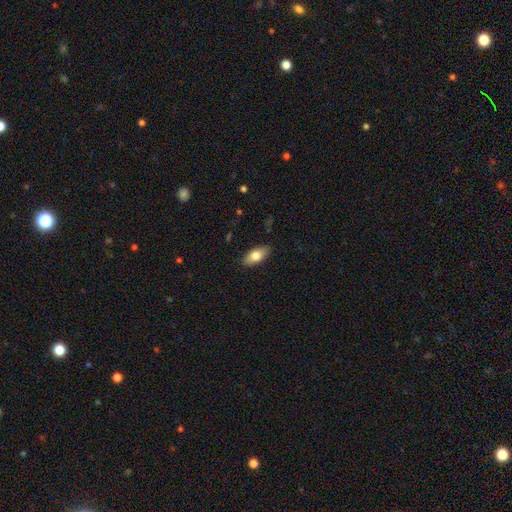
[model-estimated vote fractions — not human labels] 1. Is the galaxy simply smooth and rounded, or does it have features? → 75% smooth, 19% featured or disk, 6% star or artifact.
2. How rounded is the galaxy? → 86% in between, 11% cigar-shaped, 3% round.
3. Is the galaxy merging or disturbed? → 88% none, 9% minor disturbance, 2% major disturbance, 1% merger.